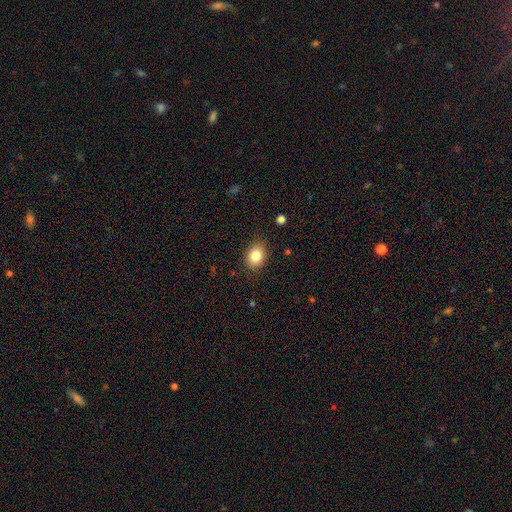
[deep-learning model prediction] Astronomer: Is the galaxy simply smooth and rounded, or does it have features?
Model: smooth — 83%.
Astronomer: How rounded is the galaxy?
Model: in between — 57% (runner-up: round, 42%).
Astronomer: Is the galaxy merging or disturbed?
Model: none — 86%.